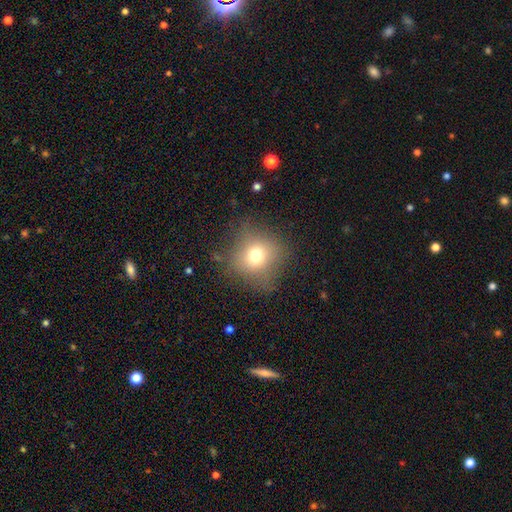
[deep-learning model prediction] This is likely a smooth galaxy (69%). How rounded: clearly round (85%). Merging: likely none (74%).